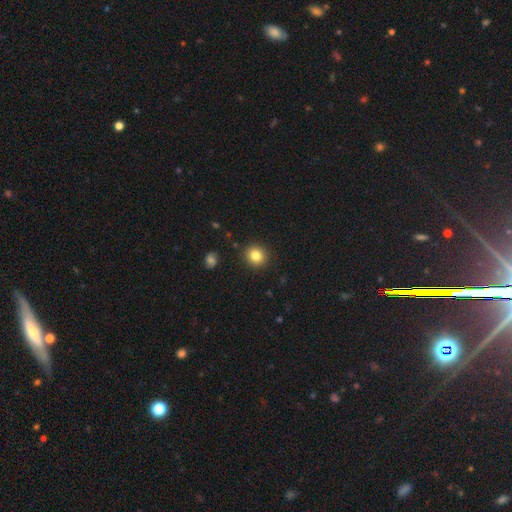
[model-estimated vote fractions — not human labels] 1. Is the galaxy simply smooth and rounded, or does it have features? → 83% smooth, 11% star or artifact, 7% featured or disk.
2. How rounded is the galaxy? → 88% round, 11% in between, 1% cigar-shaped.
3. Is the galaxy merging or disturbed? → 91% none, 6% minor disturbance, 2% major disturbance, 1% merger.